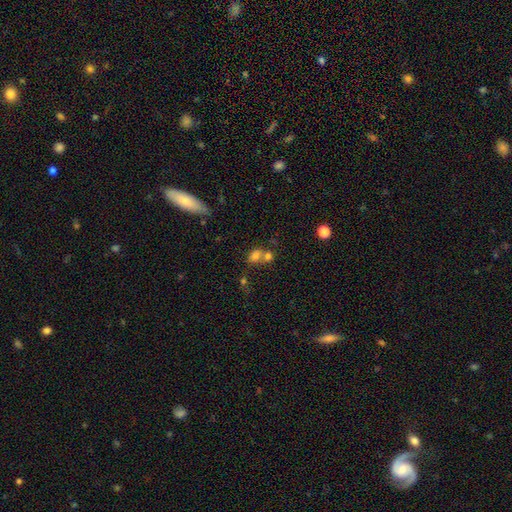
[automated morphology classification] Smooth or featured? smooth (73%)
How rounded? in between (67%)
Merging? merger (53%)